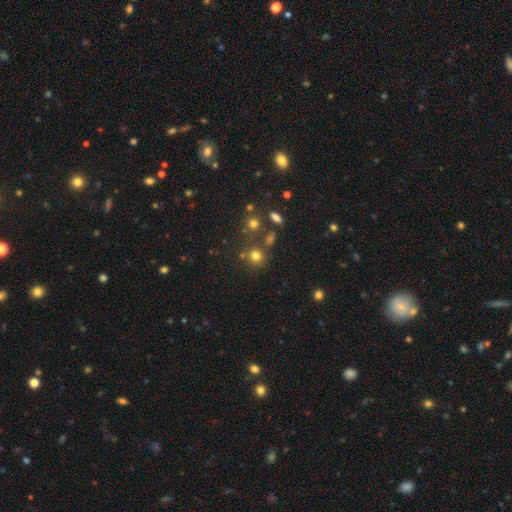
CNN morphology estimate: This is likely a smooth galaxy (74%). How rounded: clearly round (88%). Merging: likely none (71%).